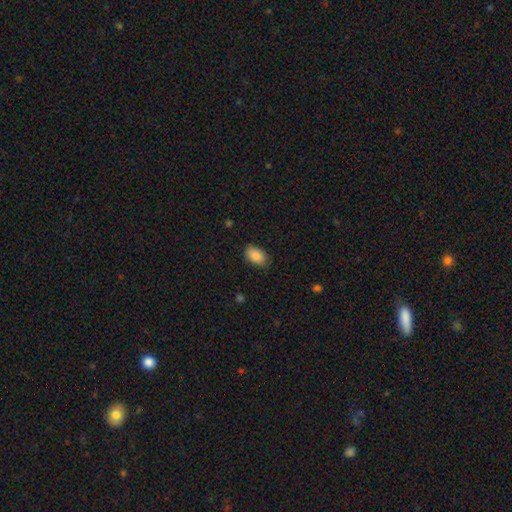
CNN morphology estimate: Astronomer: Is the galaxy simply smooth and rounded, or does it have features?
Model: smooth — 89%.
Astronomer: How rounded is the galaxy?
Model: in between — 91%.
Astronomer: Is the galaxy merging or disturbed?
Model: none — 81%.